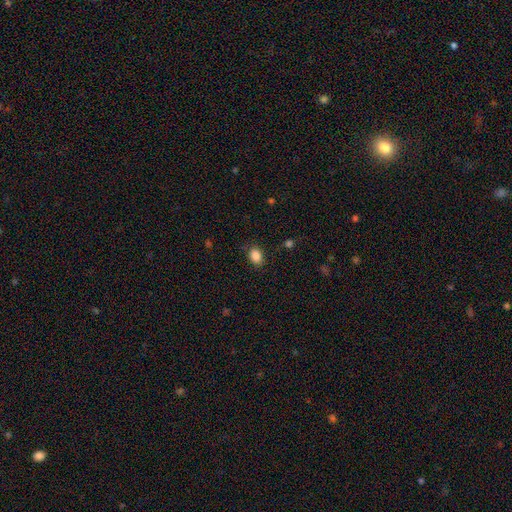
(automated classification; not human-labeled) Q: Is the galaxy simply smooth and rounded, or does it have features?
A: smooth — 87%.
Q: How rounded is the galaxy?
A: in between — 71%.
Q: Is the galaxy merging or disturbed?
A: none — 82%.